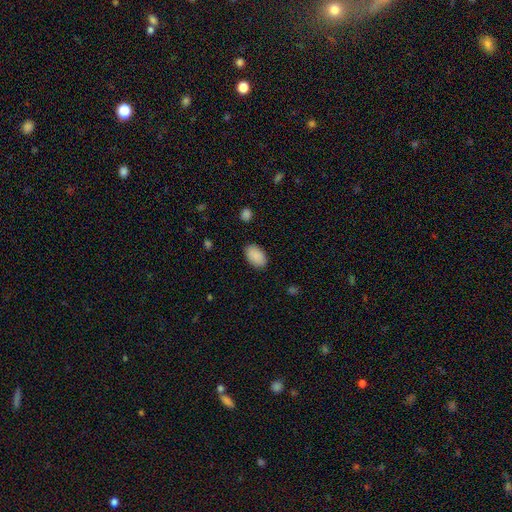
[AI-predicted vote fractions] The model was most divided on "merging": none: 87%, minor disturbance: 9%, major disturbance: 2%, merger: 1%. More confident: how rounded — in between (92%); smooth or featured — smooth (90%).